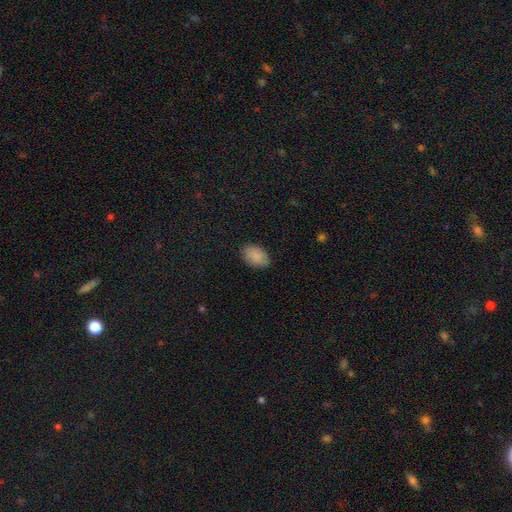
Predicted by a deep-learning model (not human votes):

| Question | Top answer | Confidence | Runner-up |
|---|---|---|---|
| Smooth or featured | smooth | 88% | star or artifact (7%) |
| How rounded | in between | 87% | round (12%) |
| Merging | none | 85% | minor disturbance (11%) |